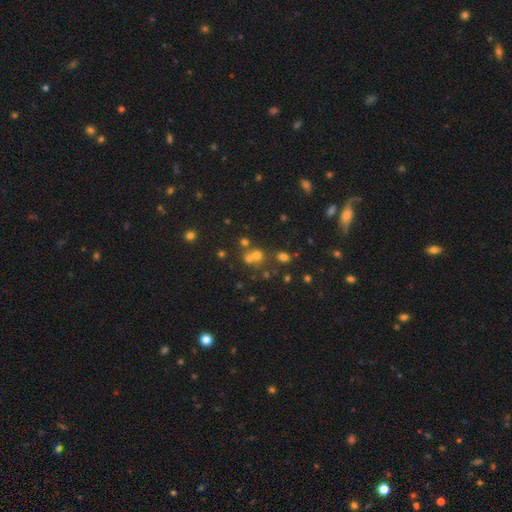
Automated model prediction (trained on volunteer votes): Smooth or featured?
  - smooth: 50% *
  - star or artifact: 34%
  - featured or disk: 16%
How rounded?
  - round: 83% *
  - in between: 16%
  - cigar-shaped: 1%
Merging?
  - none: 51% *
  - merger: 37%
  - minor disturbance: 8%
  - major disturbance: 4%